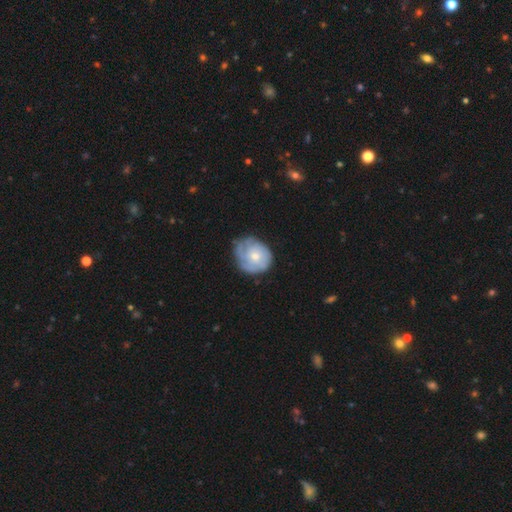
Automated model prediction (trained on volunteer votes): This is possibly a featured or disk galaxy (49%). Merging: possibly none (58%).